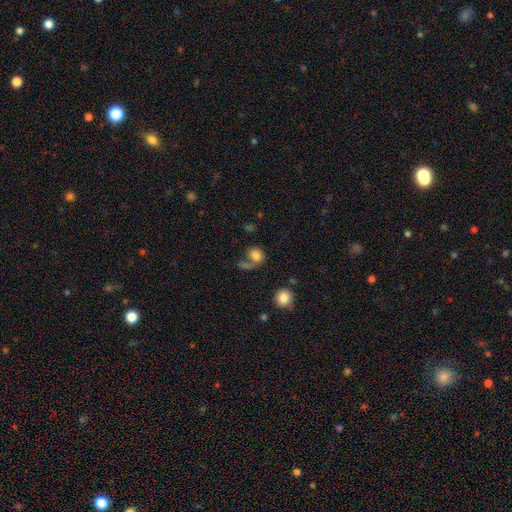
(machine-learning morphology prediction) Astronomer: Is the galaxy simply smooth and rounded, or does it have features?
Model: smooth — 74%.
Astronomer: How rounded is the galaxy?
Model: round — 54% (runner-up: in between, 44%).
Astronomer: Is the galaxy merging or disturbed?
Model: none — 43% (runner-up: merger, 25%).